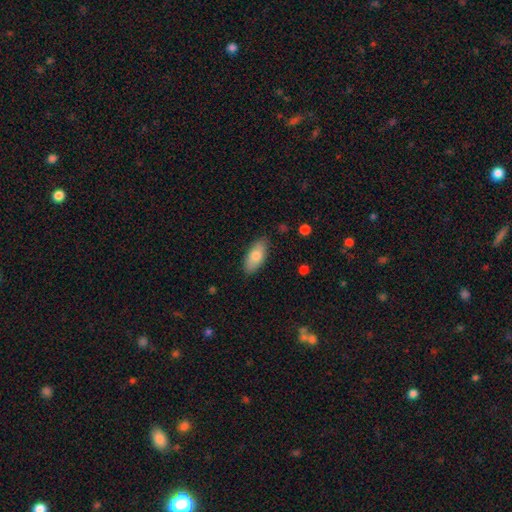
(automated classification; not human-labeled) Overall: smooth (79%). How rounded: in between (88%). Merging: none (84%).